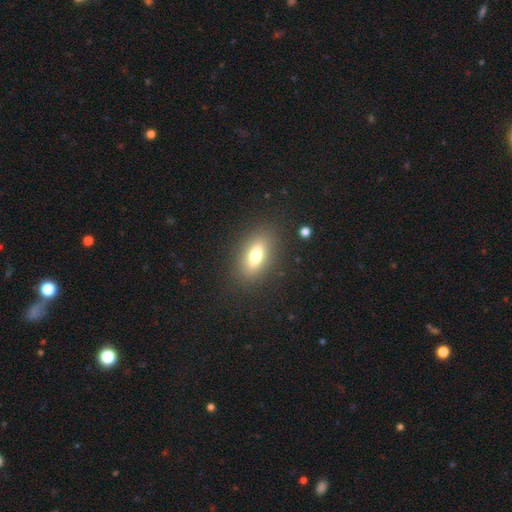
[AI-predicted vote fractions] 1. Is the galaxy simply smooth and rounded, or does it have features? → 70% smooth, 21% featured or disk, 10% star or artifact.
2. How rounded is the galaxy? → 77% in between, 17% cigar-shaped, 6% round.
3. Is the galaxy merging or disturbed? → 86% none, 9% minor disturbance, 4% major disturbance, 1% merger.